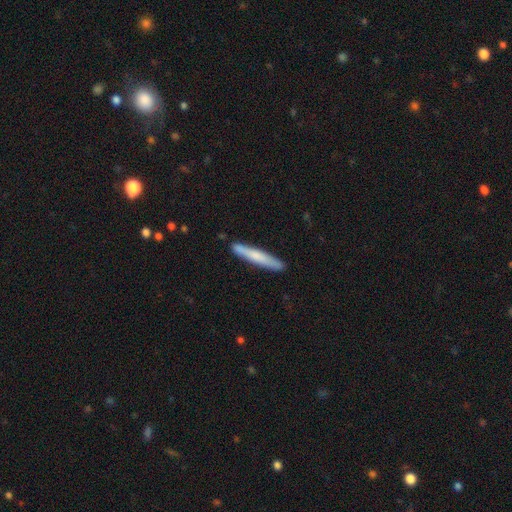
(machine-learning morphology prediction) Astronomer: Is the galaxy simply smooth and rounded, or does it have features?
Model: smooth — 63%.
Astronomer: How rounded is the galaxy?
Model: cigar-shaped — 95%.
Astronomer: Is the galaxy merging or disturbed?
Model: none — 88%.